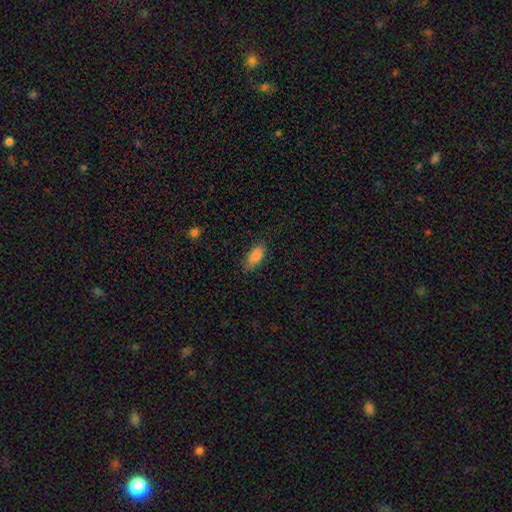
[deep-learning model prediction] The model was most divided on "merging": none: 78%, minor disturbance: 17%, major disturbance: 3%, merger: 1%. More confident: how rounded — in between (88%); smooth or featured — smooth (87%).